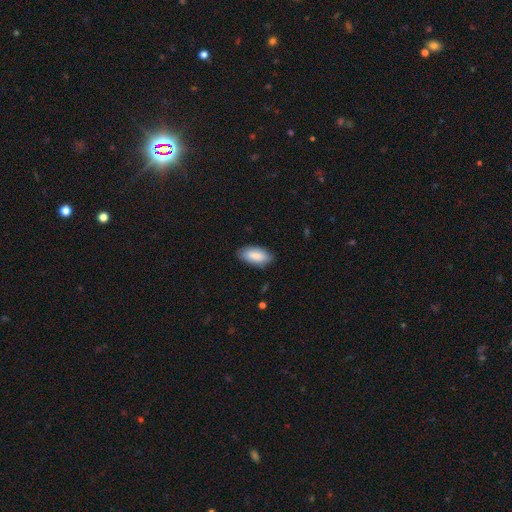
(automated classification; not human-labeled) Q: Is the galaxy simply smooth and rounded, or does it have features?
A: smooth — 87%.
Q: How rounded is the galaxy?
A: in between — 92%.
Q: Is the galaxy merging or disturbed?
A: none — 83%.